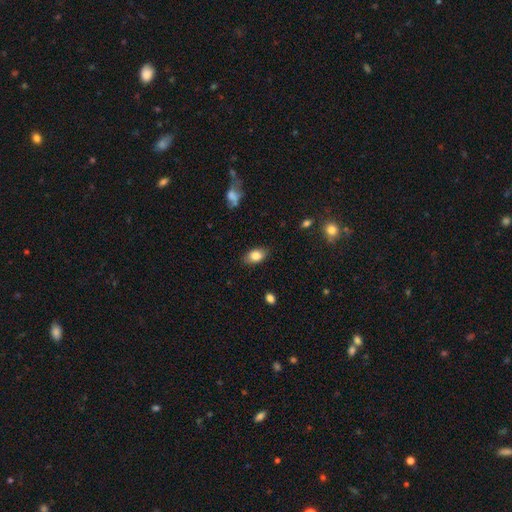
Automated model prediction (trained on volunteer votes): Q: Smooth or featured?
A: smooth (82%); runner-up: featured or disk (10%)
Q: How rounded?
A: in between (87%); runner-up: round (11%)
Q: Merging?
A: none (84%); runner-up: minor disturbance (12%)